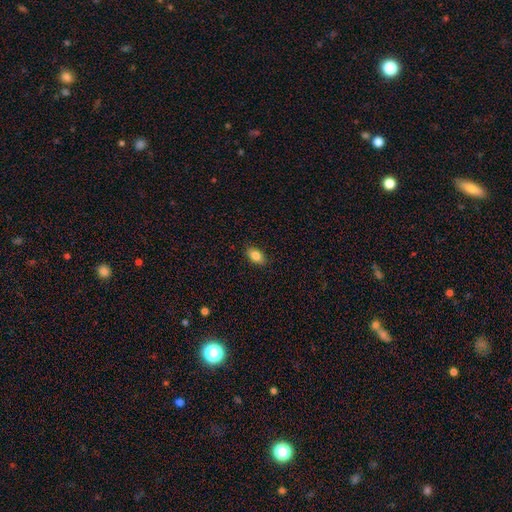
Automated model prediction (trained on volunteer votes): Overall: smooth (85%). How rounded: in between (87%). Merging: none (87%).